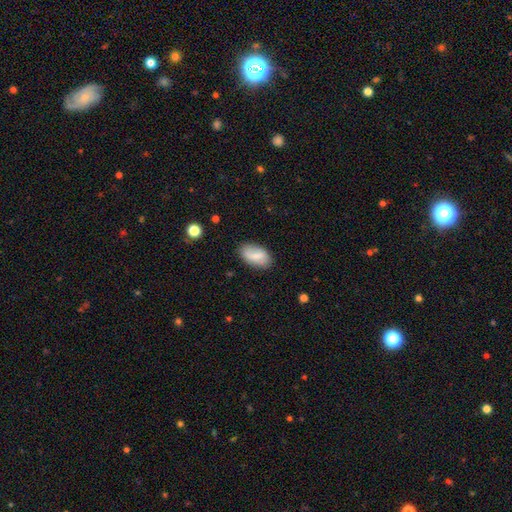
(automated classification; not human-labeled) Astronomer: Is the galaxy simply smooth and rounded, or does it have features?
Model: smooth — 73%.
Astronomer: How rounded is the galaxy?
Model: in between — 94%.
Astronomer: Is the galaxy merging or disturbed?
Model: none — 81%.